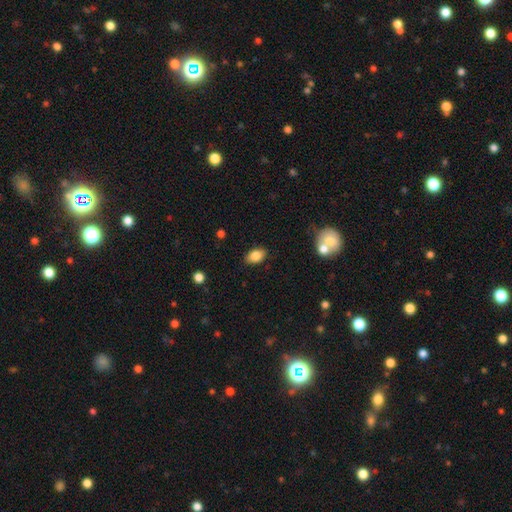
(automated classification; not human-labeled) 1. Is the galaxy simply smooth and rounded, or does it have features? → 84% smooth, 8% star or artifact, 8% featured or disk.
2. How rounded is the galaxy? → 88% in between, 10% round, 2% cigar-shaped.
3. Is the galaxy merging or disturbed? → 86% none, 10% minor disturbance, 2% major disturbance, 2% merger.